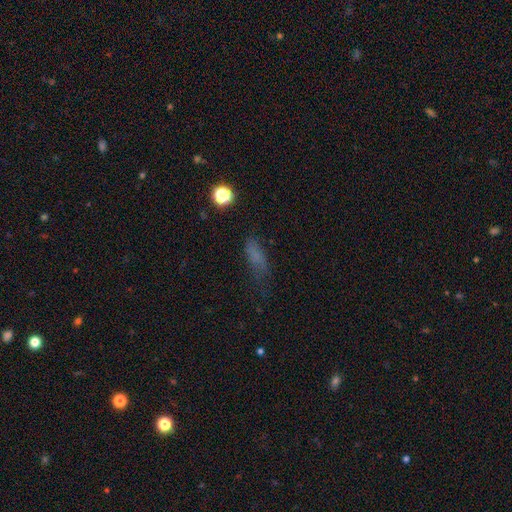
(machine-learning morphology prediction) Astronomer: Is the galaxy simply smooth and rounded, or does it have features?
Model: smooth — 66%.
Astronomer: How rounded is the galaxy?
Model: in between — 60% (runner-up: cigar-shaped, 35%).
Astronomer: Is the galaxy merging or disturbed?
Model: none — 50% (runner-up: minor disturbance, 28%).